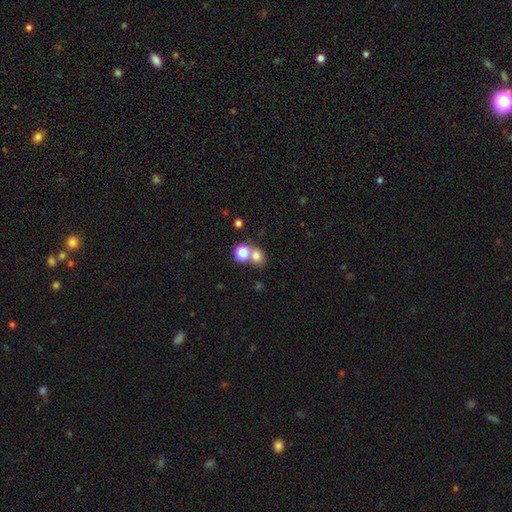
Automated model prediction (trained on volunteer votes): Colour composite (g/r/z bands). It shows a smooth galaxy with no disk features (76%) that is round (71%). Merging: none (49%).